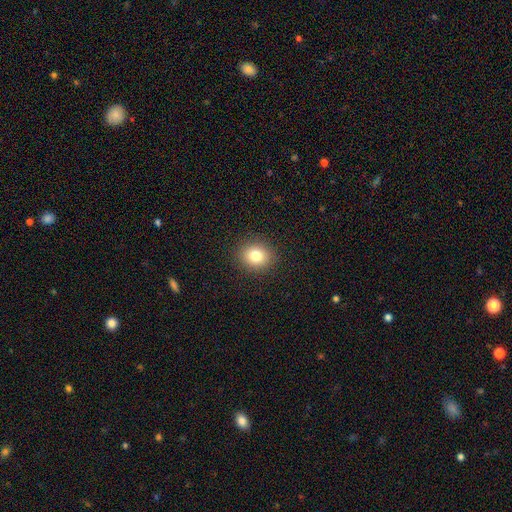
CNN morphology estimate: Smooth or featured? smooth (80%)
How rounded? round (72%)
Merging? none (90%)